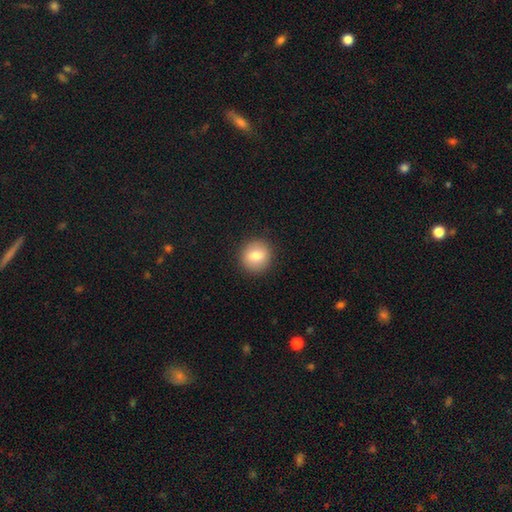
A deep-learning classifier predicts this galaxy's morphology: This appears to be a smooth galaxy with no disk features (80%) that is round (88%). Merging: none (91%).